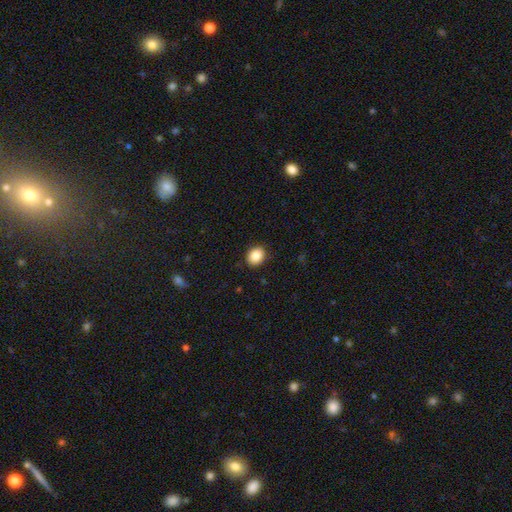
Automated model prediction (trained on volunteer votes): Q: Smooth or featured?
A: smooth (86%); runner-up: star or artifact (9%)
Q: How rounded?
A: round (62%); runner-up: in between (37%)
Q: Merging?
A: none (90%); runner-up: minor disturbance (7%)